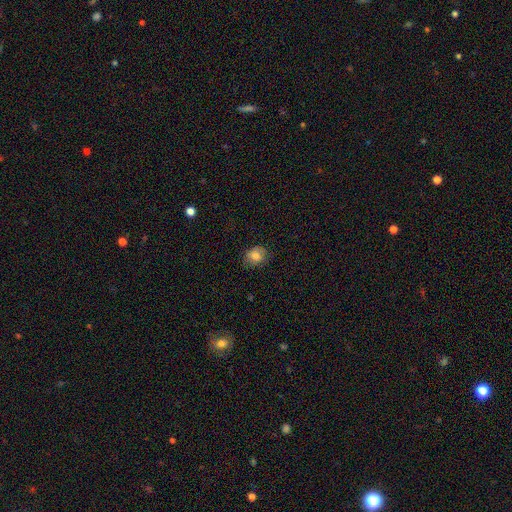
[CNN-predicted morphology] Smooth or featured? smooth (80%)
How rounded? round (52%)
Merging? none (76%)